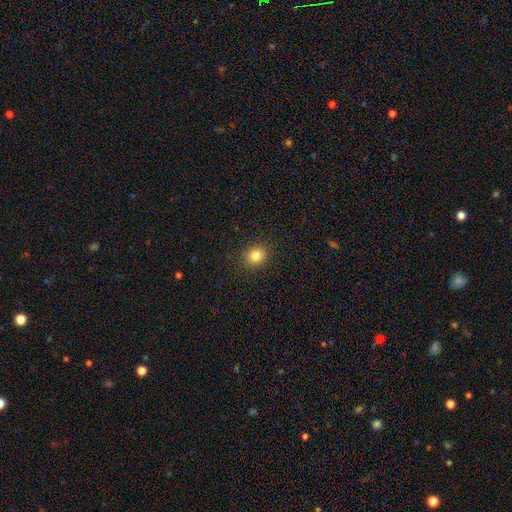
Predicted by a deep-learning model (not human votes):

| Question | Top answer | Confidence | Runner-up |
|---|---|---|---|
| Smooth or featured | smooth | 83% | star or artifact (12%) |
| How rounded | round | 80% | in between (19%) |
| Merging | none | 90% | minor disturbance (6%) |